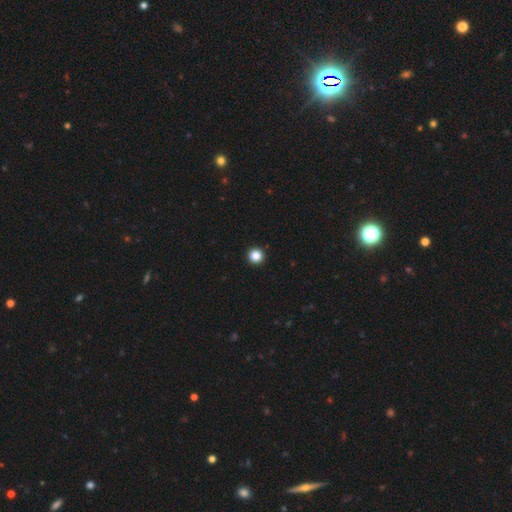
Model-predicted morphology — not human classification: Smooth or featured?
  - smooth: 85% *
  - star or artifact: 11%
  - featured or disk: 4%
How rounded?
  - round: 96% *
  - in between: 3%
  - cigar-shaped: 1%
Merging?
  - none: 95% *
  - minor disturbance: 3%
  - major disturbance: 1%
  - merger: 1%